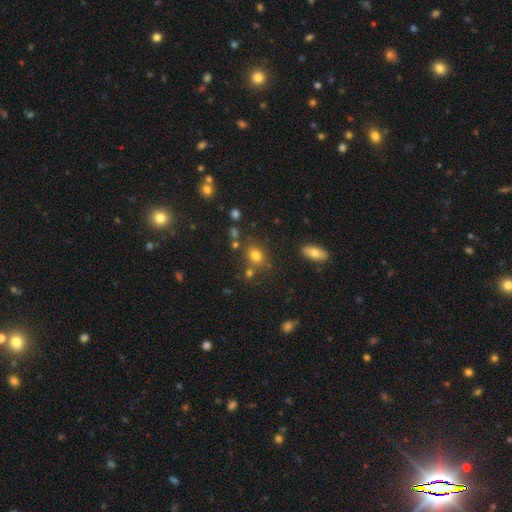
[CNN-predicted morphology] smooth-or-featured: smooth: 77% | star or artifact: 14% | featured or disk: 9%
  how-rounded: in between: 53% | round: 45% | cigar-shaped: 2%
  merging: none: 69% | minor disturbance: 14% | merger: 12% | major disturbance: 5%